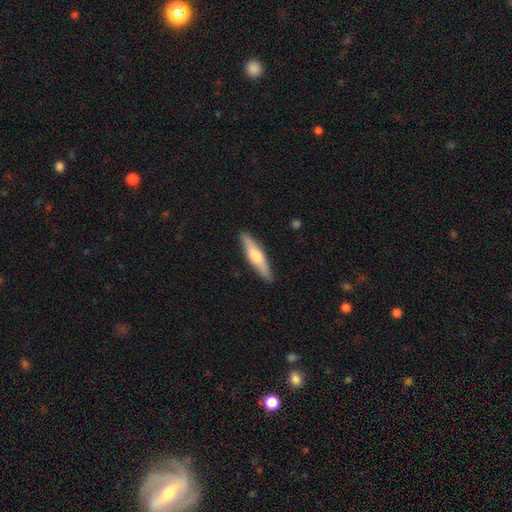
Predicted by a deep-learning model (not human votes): This is possibly a featured or disk galaxy (48%). Merging: clearly none (90%).